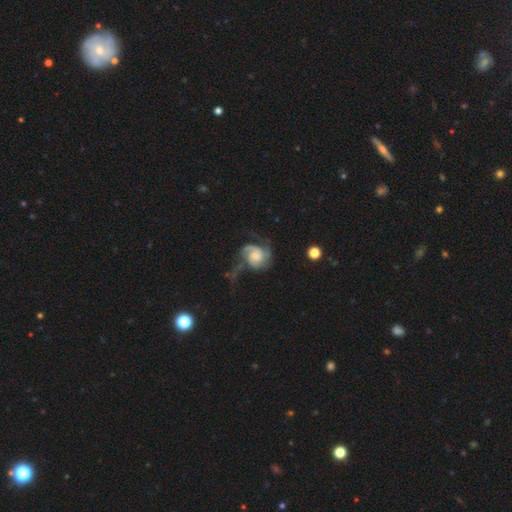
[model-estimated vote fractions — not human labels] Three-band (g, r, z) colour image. It shows a featured or disk galaxy (84%) with no bar (65%), 2 (62%) medium (44%) spiral arms (96%) and a moderate central bulge (39%). Merging: none (39%).